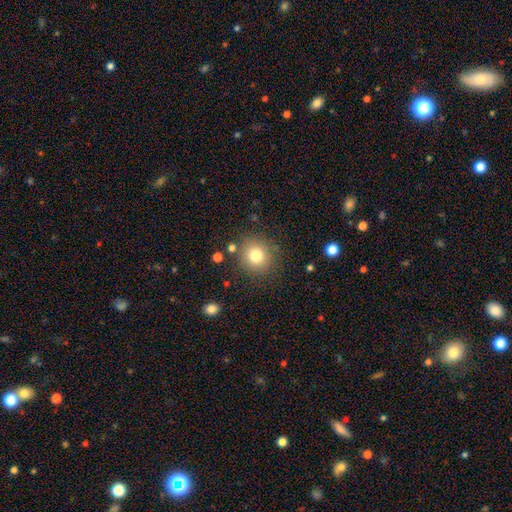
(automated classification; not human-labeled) A smooth galaxy with no disk features (78%) that is round (89%). Merging: none (84%).